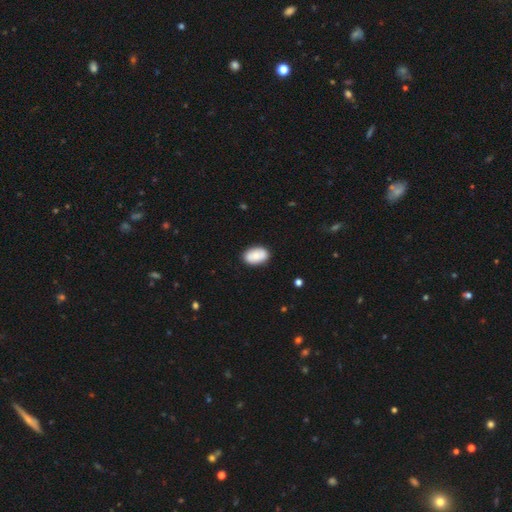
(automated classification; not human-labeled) Smooth or featured? smooth (80%)
How rounded? in between (91%)
Merging? none (84%)